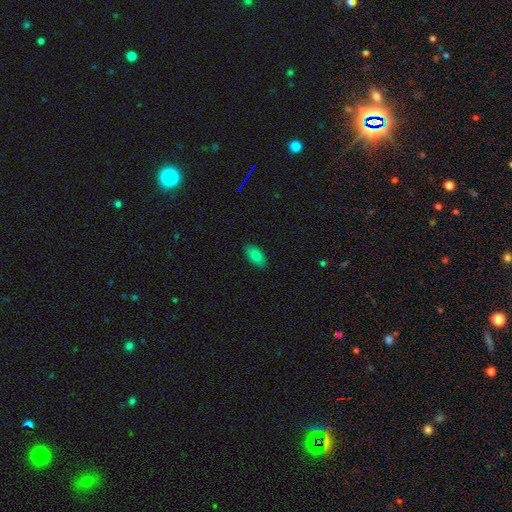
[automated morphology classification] Smooth or featured? smooth (81%)
How rounded? in between (92%)
Merging? none (88%)